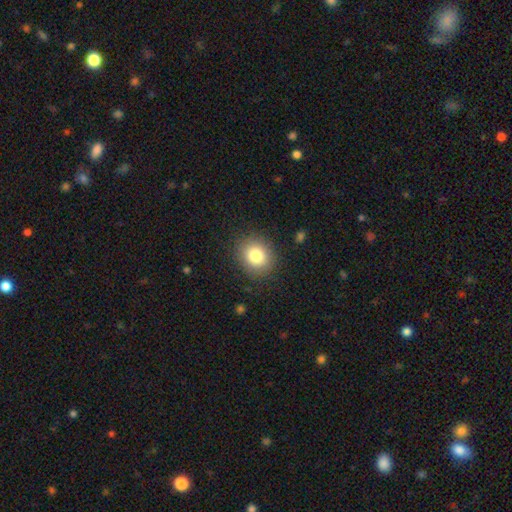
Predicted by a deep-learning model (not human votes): Smooth or featured?
  - smooth: 82% *
  - star or artifact: 10%
  - featured or disk: 8%
How rounded?
  - round: 75% *
  - in between: 24%
  - cigar-shaped: 1%
Merging?
  - none: 87% *
  - minor disturbance: 8%
  - major disturbance: 3%
  - merger: 1%